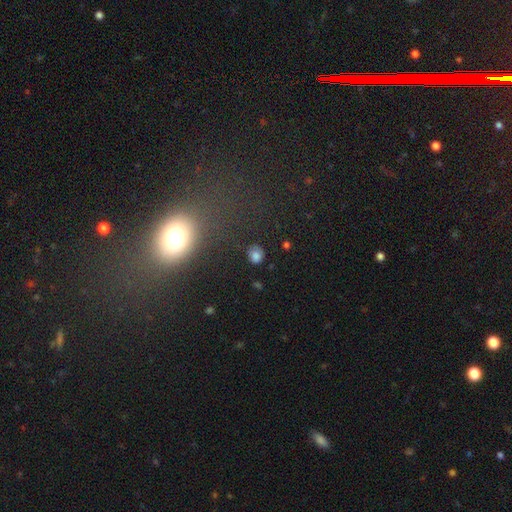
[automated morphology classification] A smooth galaxy with no disk features (77%) that is round (78%). Merging: none (81%).